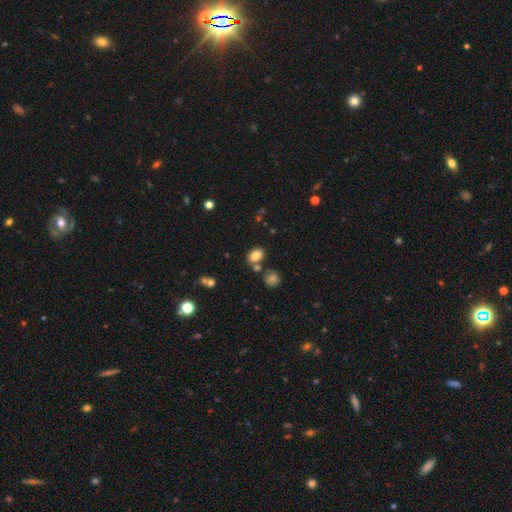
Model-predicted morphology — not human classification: Overall: smooth (82%). How rounded: in between (83%). Merging: none (64%).